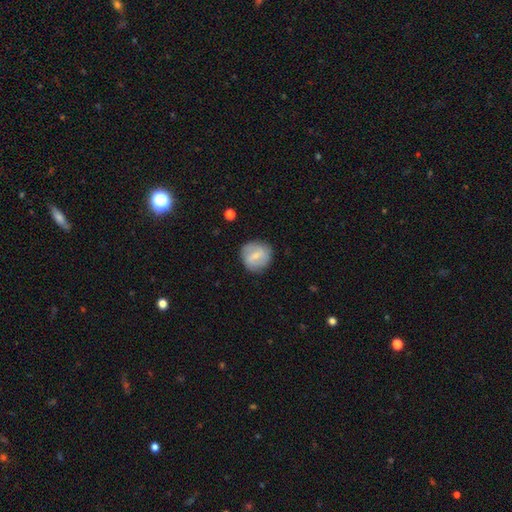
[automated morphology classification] smooth 56%, featured or disk 37%, star or artifact 7%. Down the decision tree: how rounded — round (86%); merging — none (81%).